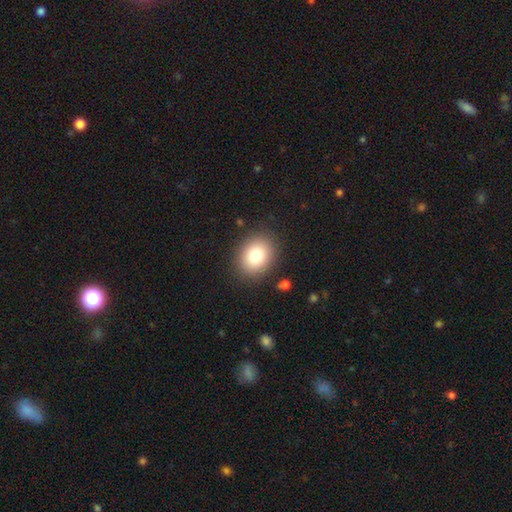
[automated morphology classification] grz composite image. It shows a smooth galaxy with no disk features (82%) that is in between round and cigar-shaped (51%). Merging: none (87%).